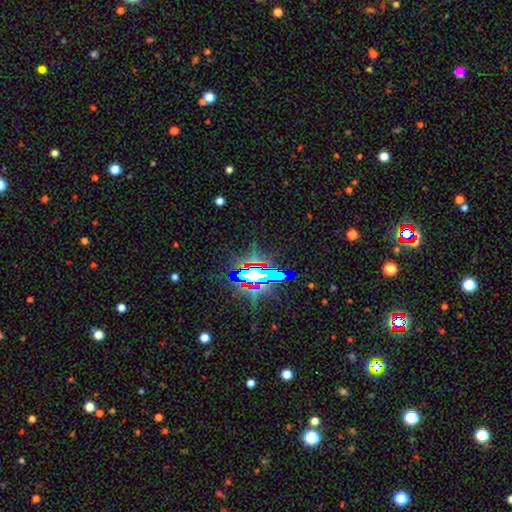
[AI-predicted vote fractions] Morphology: type=star or artifact (71%).